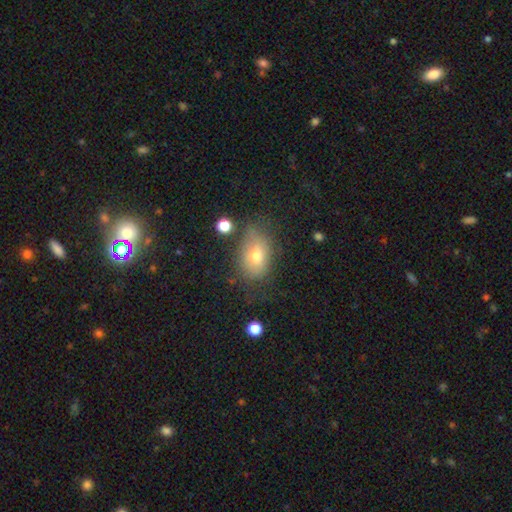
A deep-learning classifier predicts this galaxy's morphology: Q: Smooth or featured?
A: smooth (72%); runner-up: featured or disk (17%)
Q: How rounded?
A: in between (80%); runner-up: round (18%)
Q: Merging?
A: none (57%); runner-up: minor disturbance (27%)